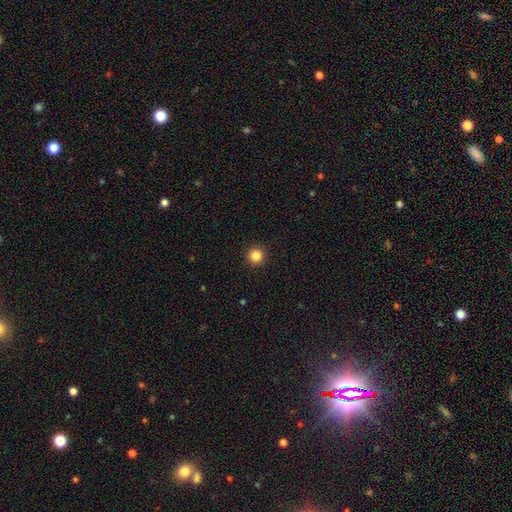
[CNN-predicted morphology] Smooth or featured: smooth — 85% (star or artifact — 11%)
How rounded: round — 96% (in between — 3%)
Merging: none — 93% (minor disturbance — 4%)